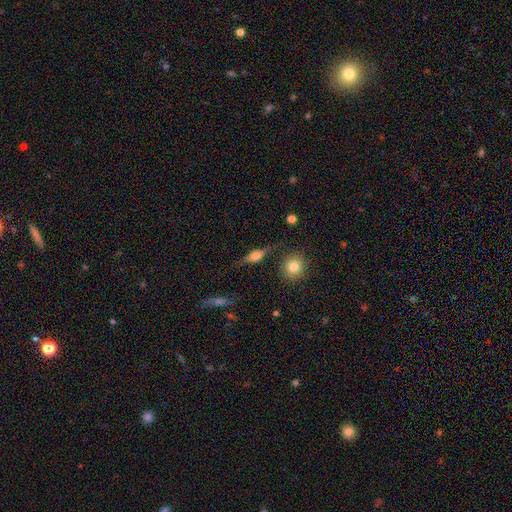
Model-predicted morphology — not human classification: Smooth or featured? featured or disk (60%)
Edge-on disk? yes (93%)
Edge-on bulge? rounded (91%)
Merging? none (78%)